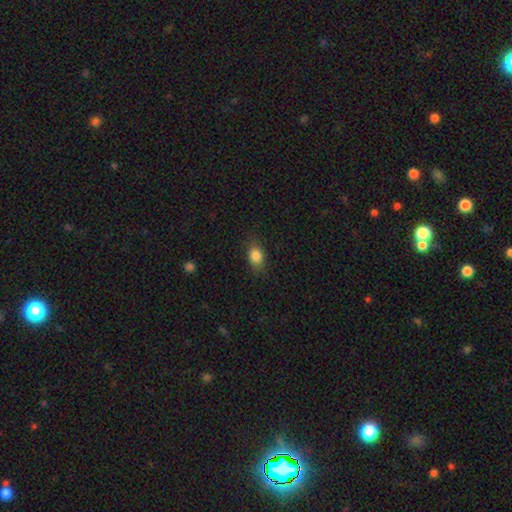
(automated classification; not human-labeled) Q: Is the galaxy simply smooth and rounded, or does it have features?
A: smooth — 84%.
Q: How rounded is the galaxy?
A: in between — 70%.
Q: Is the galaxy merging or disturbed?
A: none — 81%.